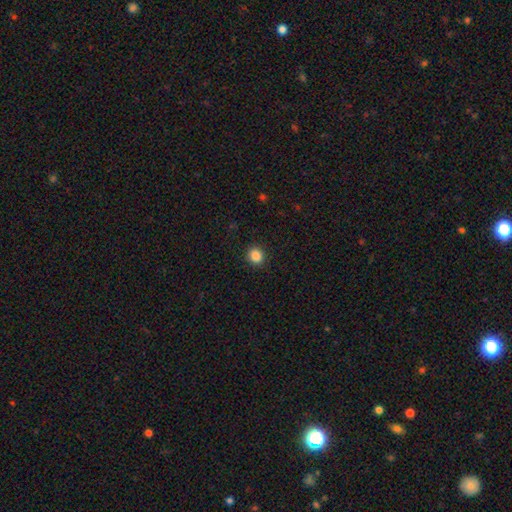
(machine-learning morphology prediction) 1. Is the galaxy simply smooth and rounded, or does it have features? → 86% smooth, 10% star or artifact, 3% featured or disk.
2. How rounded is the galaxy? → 82% round, 17% in between, 1% cigar-shaped.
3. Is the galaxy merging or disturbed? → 91% none, 6% minor disturbance, 2% major disturbance, 1% merger.